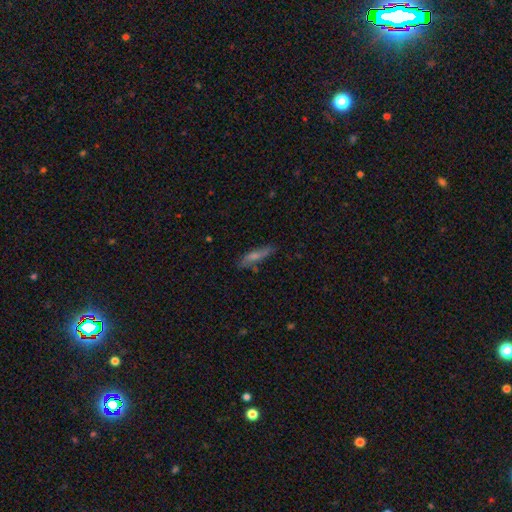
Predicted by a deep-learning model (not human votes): smooth 50%, featured or disk 40%, star or artifact 10%. Down the decision tree: merging — none (79%).